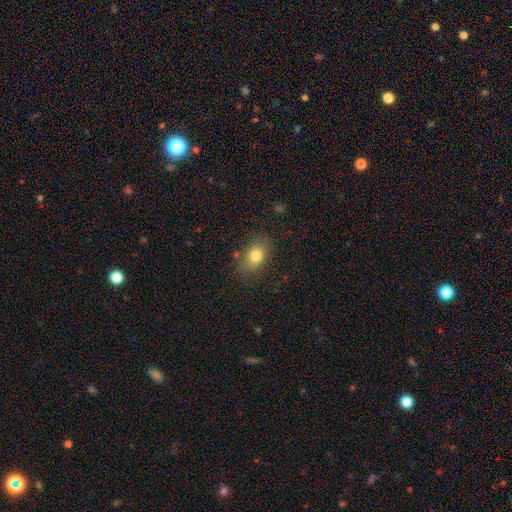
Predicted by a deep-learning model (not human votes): Smooth or featured? smooth (78%)
How rounded? in between (73%)
Merging? none (78%)